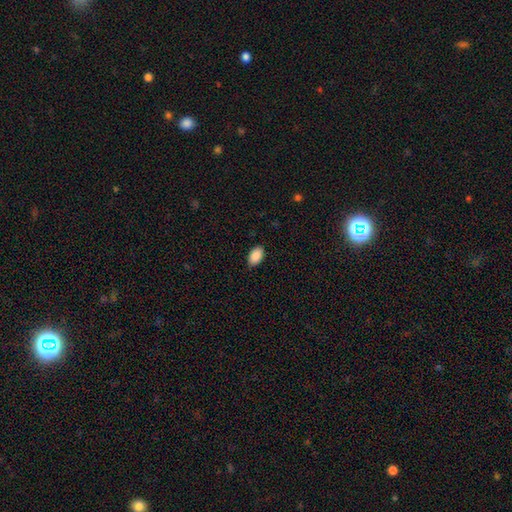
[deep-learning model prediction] This is clearly a smooth galaxy (90%). How rounded: clearly in between (94%). Merging: clearly none (86%).